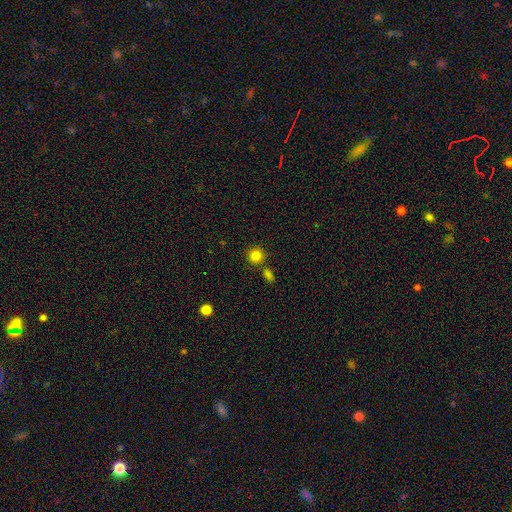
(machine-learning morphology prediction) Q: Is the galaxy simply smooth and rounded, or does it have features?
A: smooth — 83%.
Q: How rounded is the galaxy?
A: round — 92%.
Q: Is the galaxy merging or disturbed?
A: none — 78%.